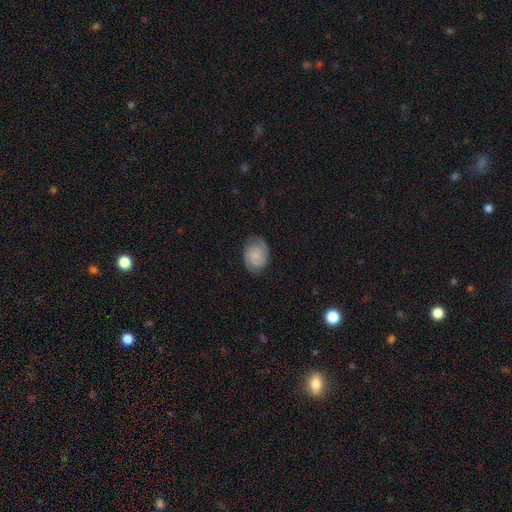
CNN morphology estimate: Smooth or featured? featured or disk (70%)
Edge-on disk? no (98%)
Bar? no (68%)
Spiral arms? yes (95%)
Spiral winding? tight (59%)
Spiral arm count? 2 (78%)
Bulge size? small (48%)
Merging? none (78%)